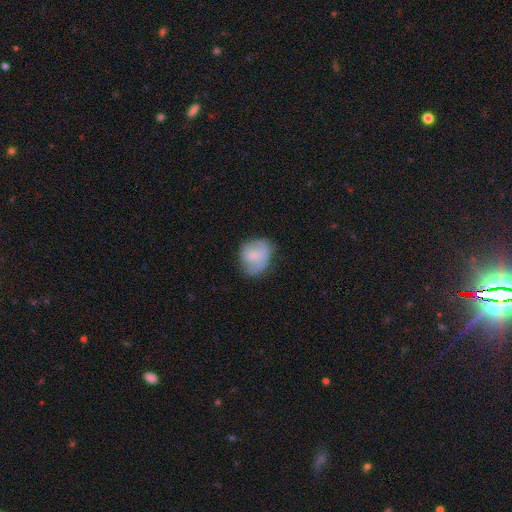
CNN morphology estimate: smooth_or_featured: smooth (p=0.62) [alt: featured or disk p=0.30]
how_rounded: round (p=0.55) [alt: in between p=0.44]
merging: none (p=0.55) [alt: minor disturbance p=0.30]